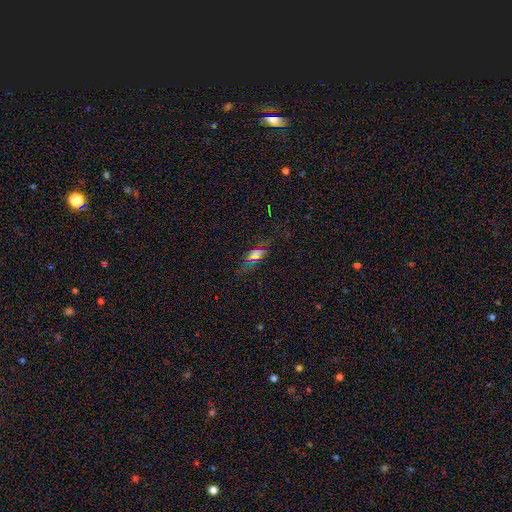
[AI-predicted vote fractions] Overall: smooth (49%; star or artifact 29%). Merging: none (62%).